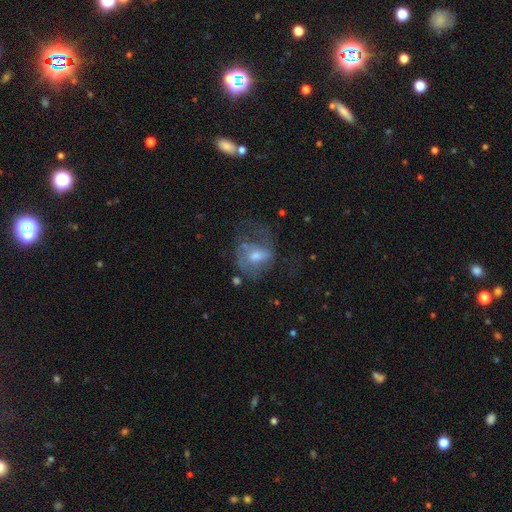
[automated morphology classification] A featured or disk galaxy (56%) with no bar (51%), spiral arms (57%) and a moderate central bulge (57%). Merging: major disturbance (39%).